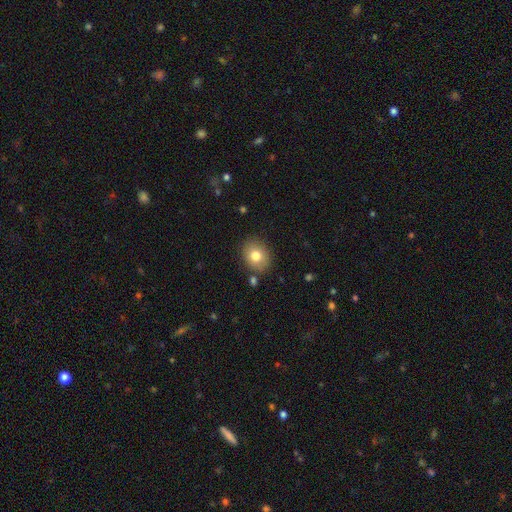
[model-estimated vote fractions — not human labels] Smooth or featured? Predicted: smooth (p=0.78). How rounded? Predicted: round (p=0.58). Merging? Predicted: none (p=0.83).